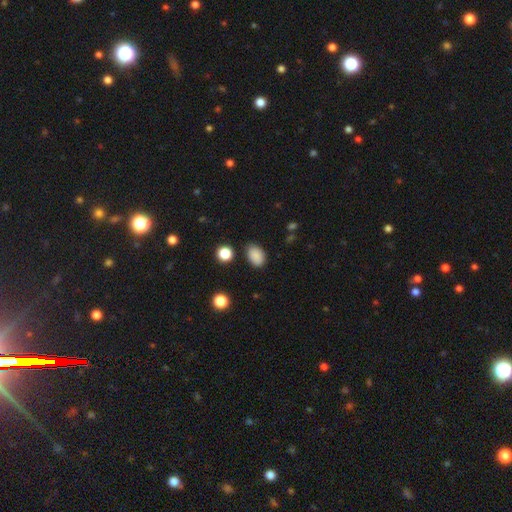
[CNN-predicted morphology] smooth-or-featured: smooth: 87% | star or artifact: 9% | featured or disk: 4%
  how-rounded: in between: 84% | round: 15% | cigar-shaped: 1%
  merging: none: 84% | minor disturbance: 11% | major disturbance: 3% | merger: 2%